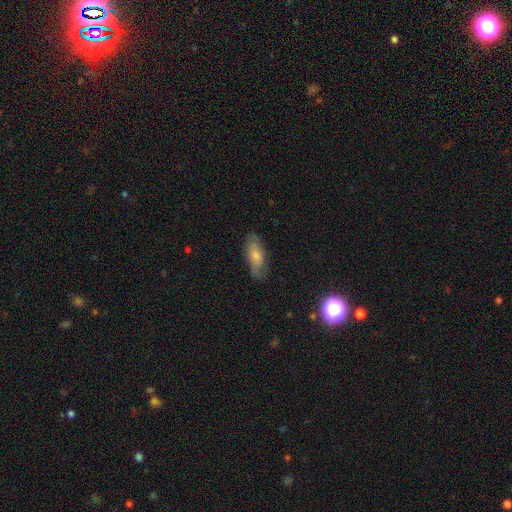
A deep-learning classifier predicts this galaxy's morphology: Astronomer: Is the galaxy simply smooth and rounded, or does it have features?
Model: smooth — 69%.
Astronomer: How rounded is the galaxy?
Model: in between — 80%.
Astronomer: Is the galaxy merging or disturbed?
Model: none — 74%.